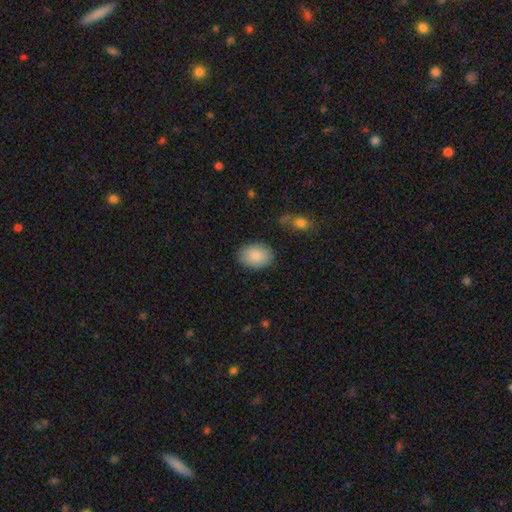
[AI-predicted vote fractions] smooth-or-featured: smooth: 87% | featured or disk: 7% | star or artifact: 6%
  how-rounded: in between: 75% | round: 24% | cigar-shaped: 1%
  merging: none: 85% | minor disturbance: 11% | major disturbance: 3% | merger: 2%